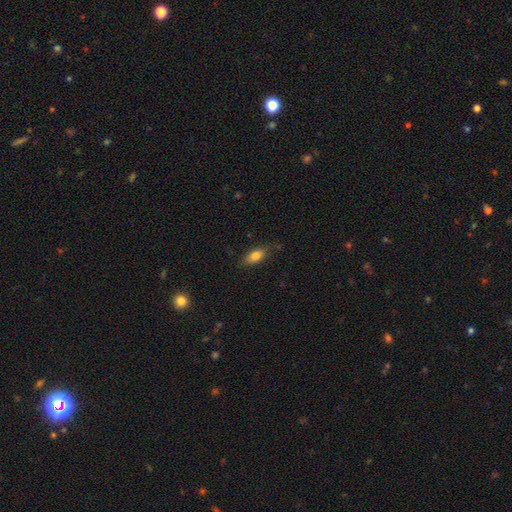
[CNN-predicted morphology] Smooth or featured?
  - smooth: 80% *
  - featured or disk: 12%
  - star or artifact: 8%
How rounded?
  - in between: 83% *
  - cigar-shaped: 12%
  - round: 5%
Merging?
  - none: 77% *
  - minor disturbance: 18%
  - major disturbance: 4%
  - merger: 2%